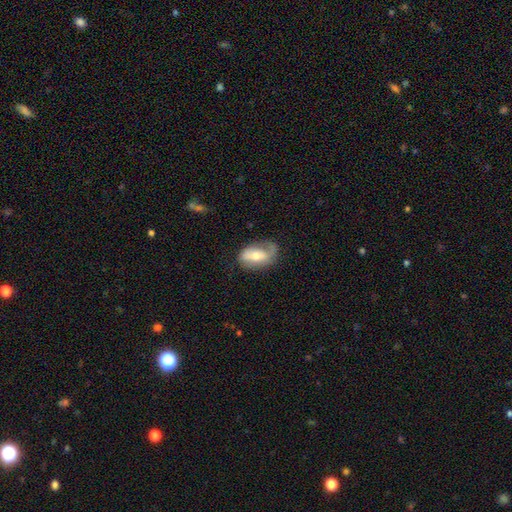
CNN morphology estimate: Overall: featured or disk (49%; smooth 45%). Merging: none (53%; minor disturbance 28%).